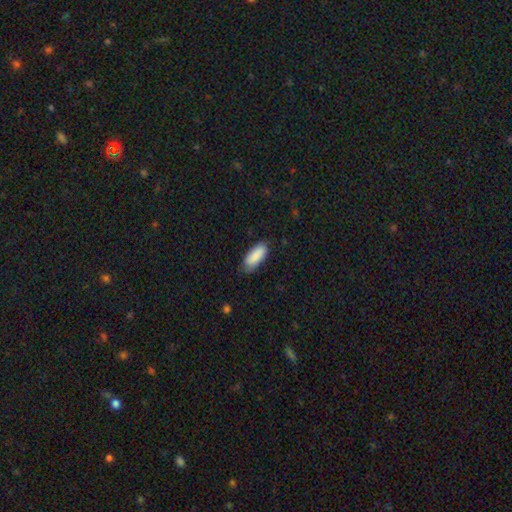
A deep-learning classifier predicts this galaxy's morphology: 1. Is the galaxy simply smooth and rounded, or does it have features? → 86% smooth, 8% featured or disk, 6% star or artifact.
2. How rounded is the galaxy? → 79% in between, 20% cigar-shaped, 2% round.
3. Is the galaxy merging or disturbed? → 74% none, 21% minor disturbance, 4% major disturbance, 1% merger.